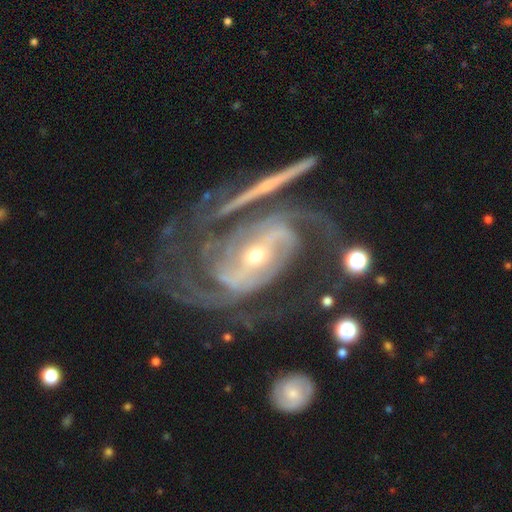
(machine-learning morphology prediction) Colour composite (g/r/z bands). It shows a featured or disk galaxy (91%) with a strong bar (44%), 2 (45%) tight (47%) spiral arms (96%) and a small central bulge (59%). Merging: none (42%).